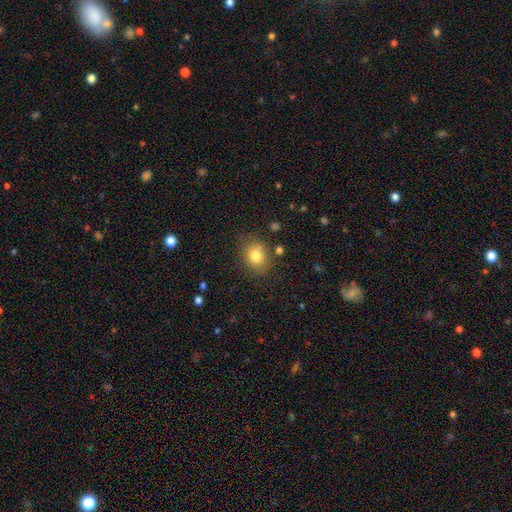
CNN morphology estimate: This is likely a smooth galaxy (79%). How rounded: possibly round (59%). Merging: likely none (77%).